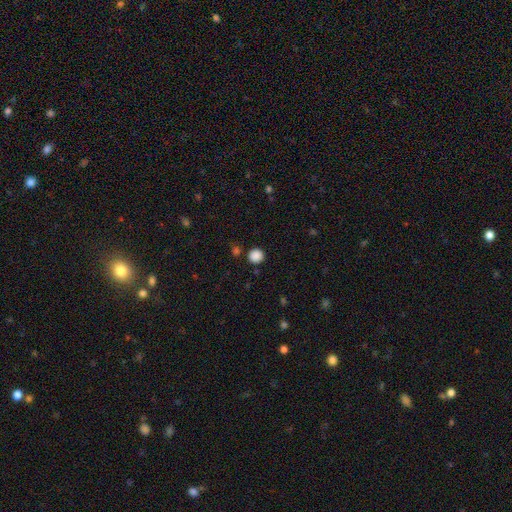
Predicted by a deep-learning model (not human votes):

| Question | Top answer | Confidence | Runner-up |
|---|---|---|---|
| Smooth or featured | smooth | 87% | star or artifact (10%) |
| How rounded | round | 92% | in between (7%) |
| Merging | none | 86% | minor disturbance (7%) |